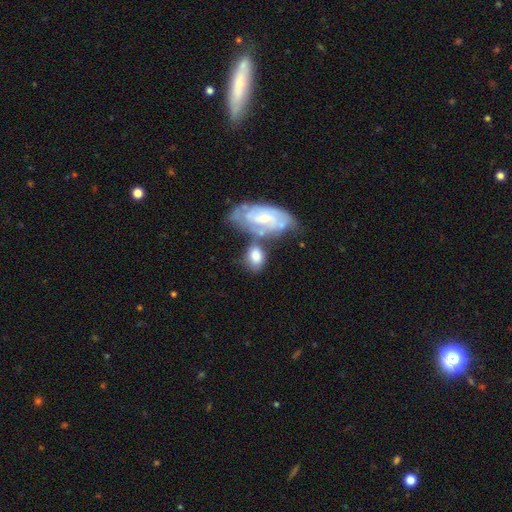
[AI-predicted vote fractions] Overall: smooth (60%; featured or disk 33%). How rounded: in between (76%). Merging: merger (37%, tied with none).